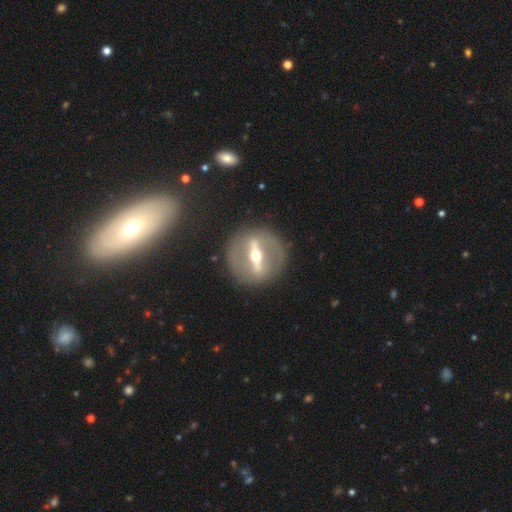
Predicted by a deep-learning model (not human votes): Q: Smooth or featured?
A: featured or disk (82%); runner-up: smooth (11%)
Q: Edge-on disk?
A: no (55%); runner-up: yes (45%)
Q: Merging?
A: none (86%); runner-up: minor disturbance (8%)